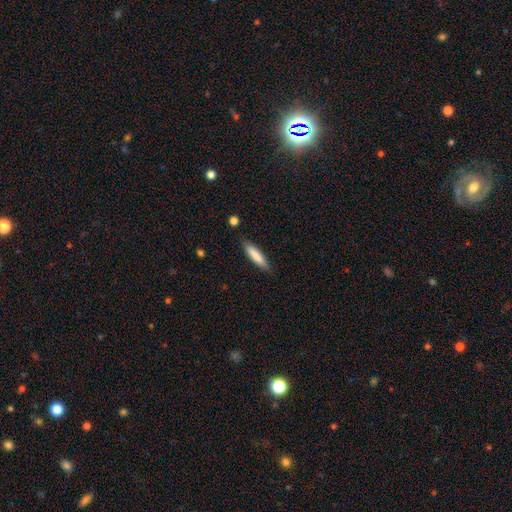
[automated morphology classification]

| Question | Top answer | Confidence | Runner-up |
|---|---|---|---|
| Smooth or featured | smooth | 81% | featured or disk (13%) |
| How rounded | cigar-shaped | 80% | in between (19%) |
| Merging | none | 85% | minor disturbance (11%) |